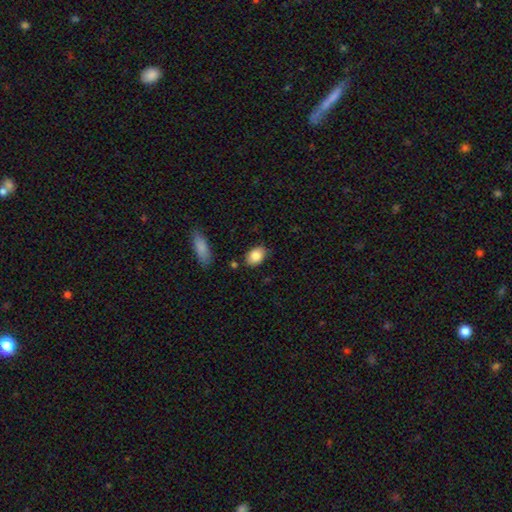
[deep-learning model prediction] Smooth or featured? Predicted: smooth (p=0.85). How rounded? Predicted: in between (p=0.80). Merging? Predicted: none (p=0.83).